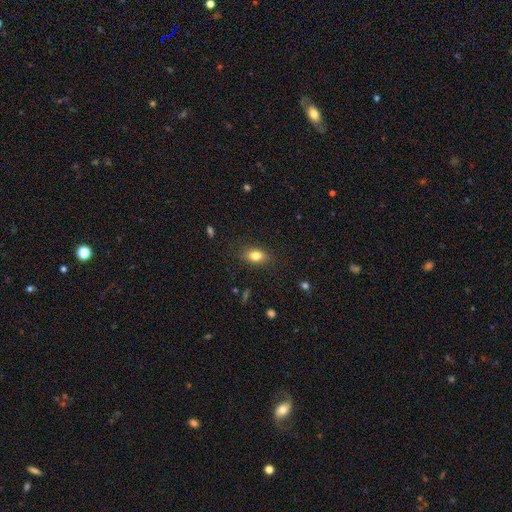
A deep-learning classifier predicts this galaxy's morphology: The model was most divided on "how rounded": in between: 83%, round: 14%, cigar-shaped: 3%. More confident: merging — none (85%); smooth or featured — smooth (81%).